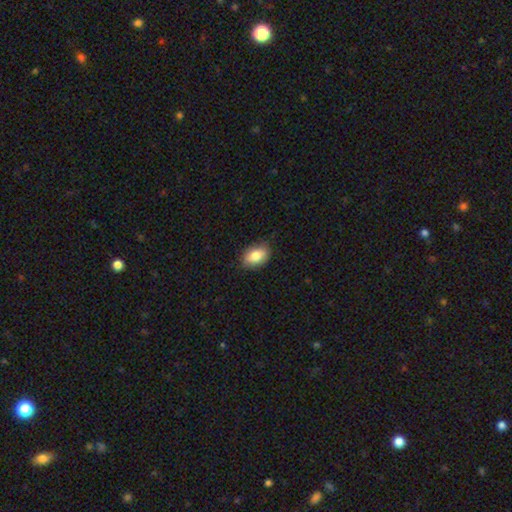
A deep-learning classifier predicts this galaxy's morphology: Smooth or featured?
  - smooth: 84% *
  - featured or disk: 9%
  - star or artifact: 7%
How rounded?
  - in between: 87% *
  - round: 12%
  - cigar-shaped: 1%
Merging?
  - none: 85% *
  - minor disturbance: 12%
  - major disturbance: 2%
  - merger: 1%